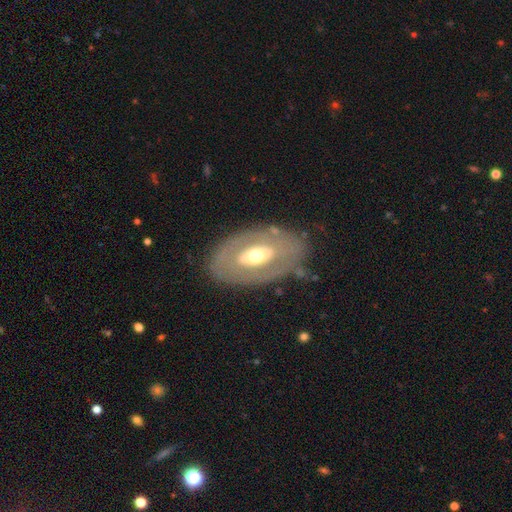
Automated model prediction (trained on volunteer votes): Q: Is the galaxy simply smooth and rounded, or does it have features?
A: featured or disk — 63%.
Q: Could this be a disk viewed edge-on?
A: no — 90%.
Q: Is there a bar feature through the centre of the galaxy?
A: no — 67%.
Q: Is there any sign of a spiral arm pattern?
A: no — 80%.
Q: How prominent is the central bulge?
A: moderate — 67%.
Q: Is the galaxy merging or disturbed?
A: none — 77%.